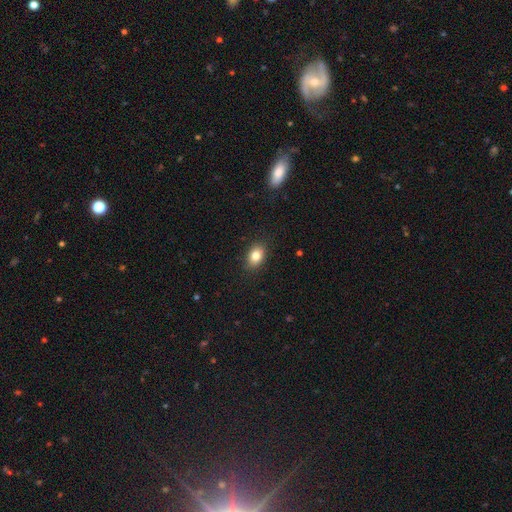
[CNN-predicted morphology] smooth-or-featured: smooth: 82% | star or artifact: 9% | featured or disk: 9%
  how-rounded: in between: 80% | round: 19% | cigar-shaped: 1%
  merging: none: 87% | minor disturbance: 10% | major disturbance: 2% | merger: 1%